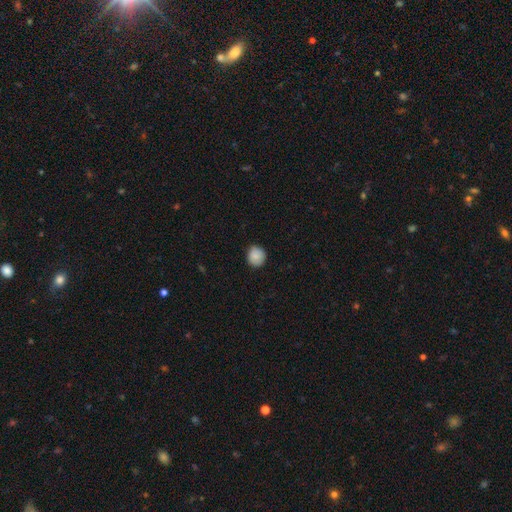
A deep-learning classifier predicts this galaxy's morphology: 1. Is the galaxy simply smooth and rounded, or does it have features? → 87% smooth, 8% star or artifact, 5% featured or disk.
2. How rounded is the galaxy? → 88% round, 12% in between, 1% cigar-shaped.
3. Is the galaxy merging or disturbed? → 88% none, 10% minor disturbance, 2% major disturbance, 1% merger.